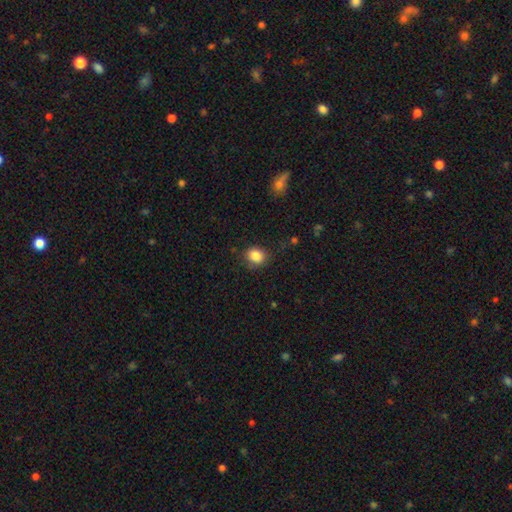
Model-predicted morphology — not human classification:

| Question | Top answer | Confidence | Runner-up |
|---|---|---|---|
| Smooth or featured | smooth | 85% | star or artifact (10%) |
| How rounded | round | 69% | in between (30%) |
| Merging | none | 80% | minor disturbance (15%) |